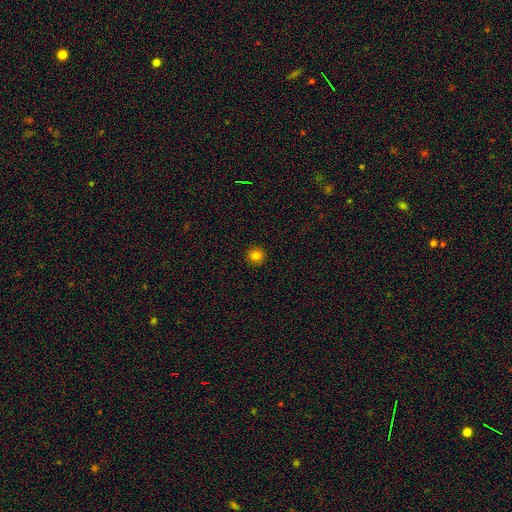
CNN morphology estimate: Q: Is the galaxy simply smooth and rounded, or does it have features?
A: smooth — 82%.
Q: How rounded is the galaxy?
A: round — 95%.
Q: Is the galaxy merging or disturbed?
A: none — 93%.